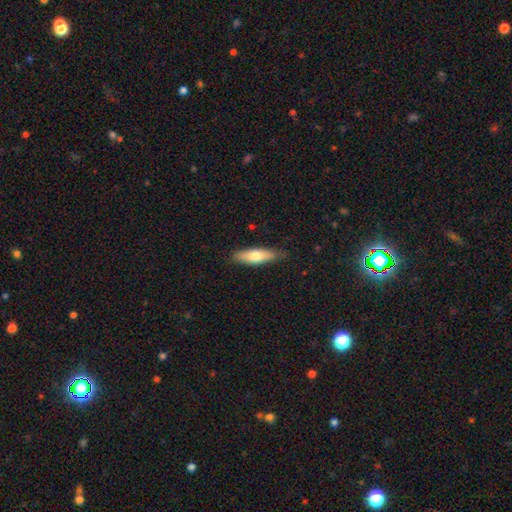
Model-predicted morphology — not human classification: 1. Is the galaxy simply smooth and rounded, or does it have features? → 68% smooth, 26% featured or disk, 6% star or artifact.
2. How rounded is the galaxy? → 50% in between, 48% cigar-shaped, 2% round.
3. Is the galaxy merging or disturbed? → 84% none, 13% minor disturbance, 2% major disturbance, 1% merger.